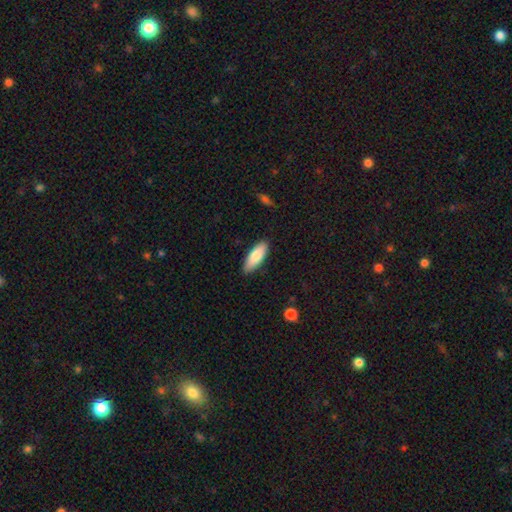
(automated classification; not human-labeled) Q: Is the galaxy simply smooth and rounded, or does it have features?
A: smooth — 82%.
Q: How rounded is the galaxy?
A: in between — 68%.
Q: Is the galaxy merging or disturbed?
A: none — 87%.